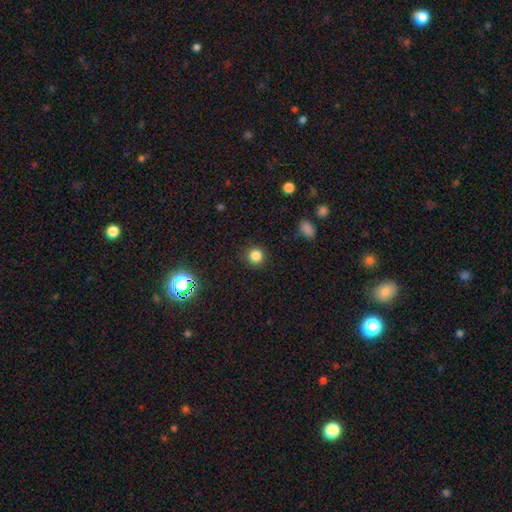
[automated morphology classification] A smooth galaxy with no disk features (82%) that is round (93%).

Vote fractions:
- Smooth or featured? smooth: 82% / star or artifact: 14% / featured or disk: 4%
- How rounded? round: 93% / in between: 6% / cigar-shaped: 1%
- Merging? none: 90% / minor disturbance: 6% / major disturbance: 2% / merger: 1%